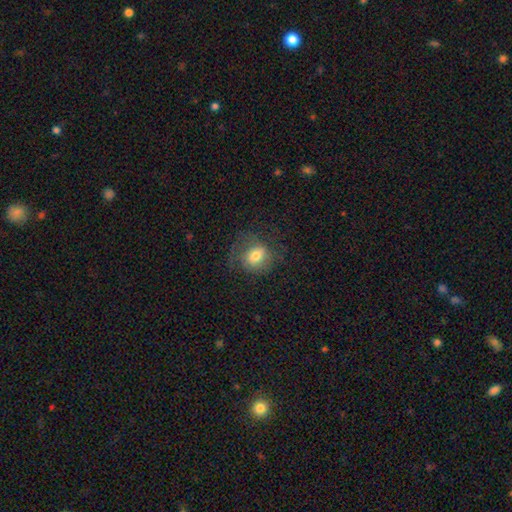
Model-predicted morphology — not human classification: Smooth or featured?
  - smooth: 63% *
  - featured or disk: 27%
  - star or artifact: 10%
How rounded?
  - round: 60% *
  - in between: 39%
  - cigar-shaped: 1%
Merging?
  - none: 59% *
  - minor disturbance: 20%
  - major disturbance: 19%
  - merger: 1%